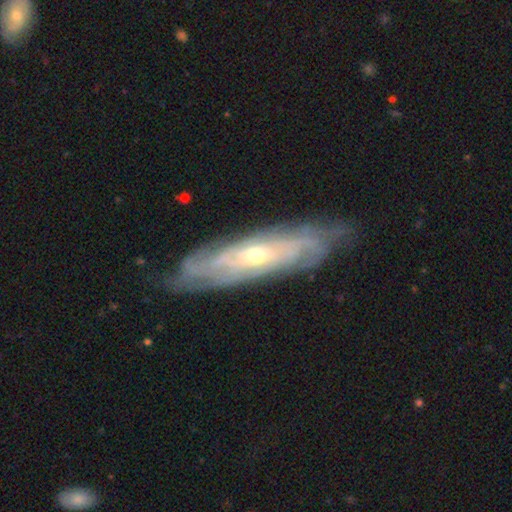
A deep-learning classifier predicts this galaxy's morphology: Overall: featured or disk (84%). Edge-on disk: no (74%). Bar: no (67%). Spiral arms: yes (92%). Spiral arm count: can't tell (54%). Spiral winding: tight (76%). Bulge size: small (50%; moderate 46%). Merging: none (79%).